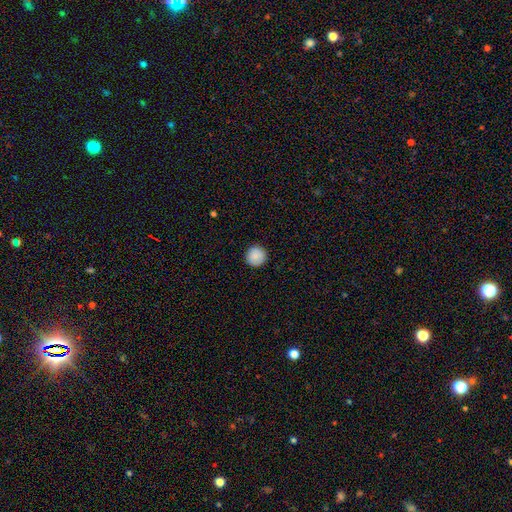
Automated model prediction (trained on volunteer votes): Overall: smooth (87%). How rounded: round (96%). Merging: none (92%).